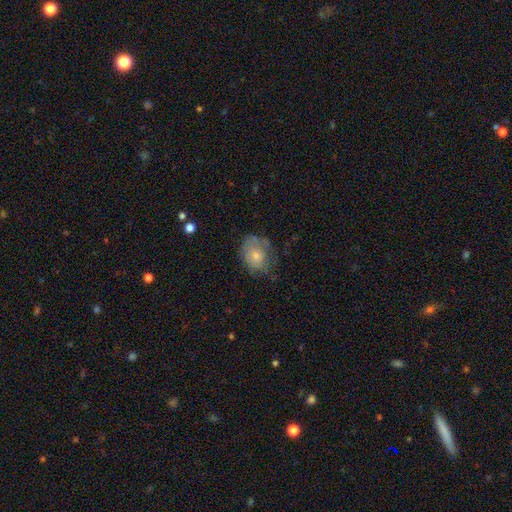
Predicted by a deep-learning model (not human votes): smooth_or_featured: smooth (p=0.60) [alt: featured or disk p=0.29]
how_rounded: round (p=0.49) [tied with: in between p=0.49]
merging: none (p=0.53) [alt: minor disturbance p=0.30]